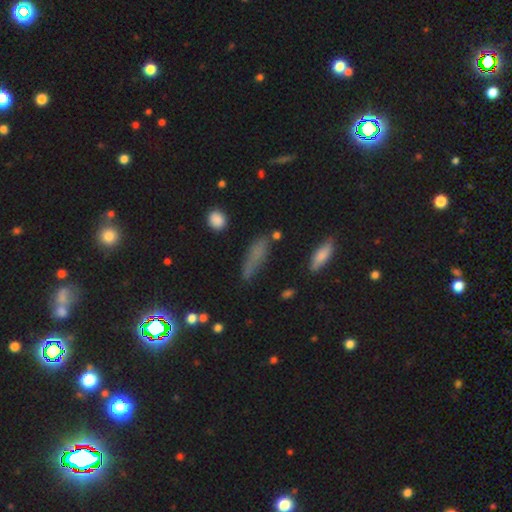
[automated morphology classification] This appears to be a smooth galaxy with no disk features (62%) that is cigar-shaped (57%). Merging: none (67%).